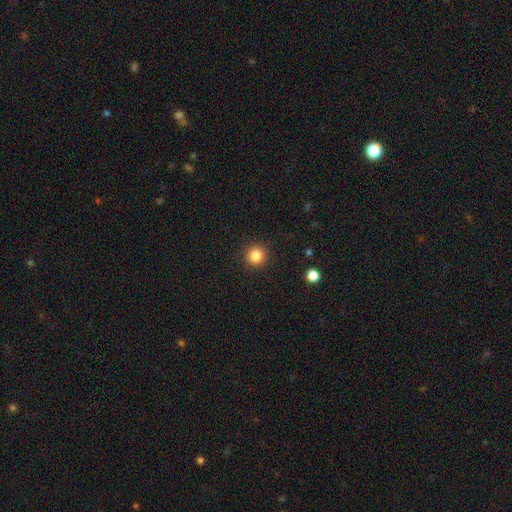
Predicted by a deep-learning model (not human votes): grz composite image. It shows a smooth galaxy with no disk features (85%) that is round (95%). Merging: none (92%).